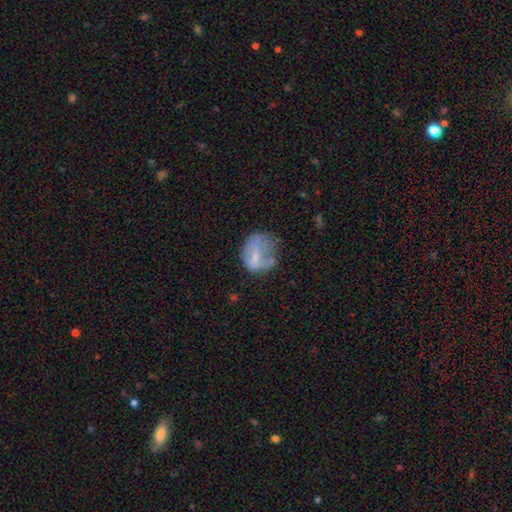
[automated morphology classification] Q: Smooth or featured?
A: smooth (49%); runner-up: featured or disk (40%)
Q: Merging?
A: none (39%); runner-up: major disturbance (30%)